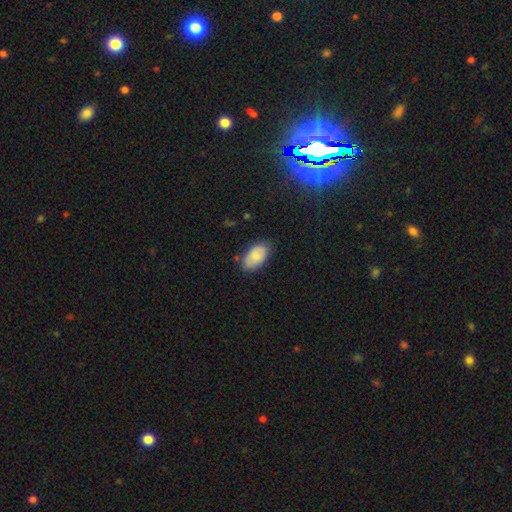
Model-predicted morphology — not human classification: Smooth or featured?
  - smooth: 84% *
  - featured or disk: 10%
  - star or artifact: 7%
How rounded?
  - in between: 94% *
  - round: 4%
  - cigar-shaped: 2%
Merging?
  - none: 77% *
  - minor disturbance: 17%
  - major disturbance: 4%
  - merger: 2%